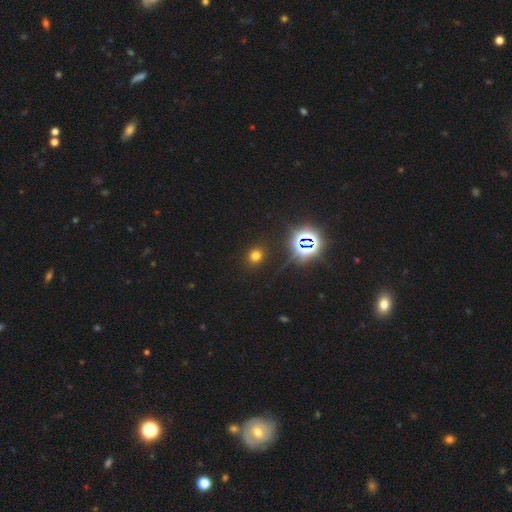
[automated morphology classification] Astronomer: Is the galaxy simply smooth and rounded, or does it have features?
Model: smooth — 65%.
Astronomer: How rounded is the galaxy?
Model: round — 77%.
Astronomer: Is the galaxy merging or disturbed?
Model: none — 88%.